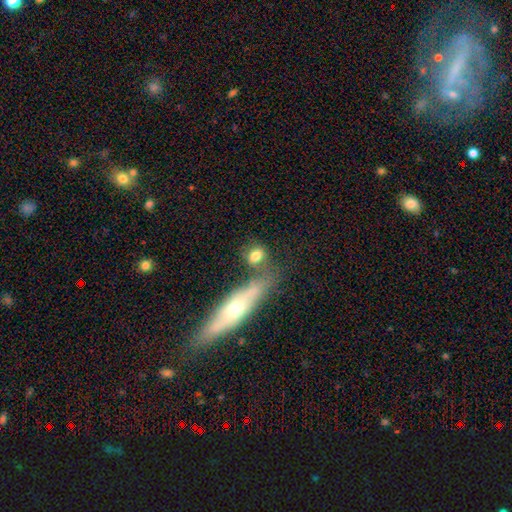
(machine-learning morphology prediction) The model was most divided on "how rounded": in between: 53%, round: 39%, cigar-shaped: 9%. More confident: smooth or featured — smooth (73%); merging — none (54%).